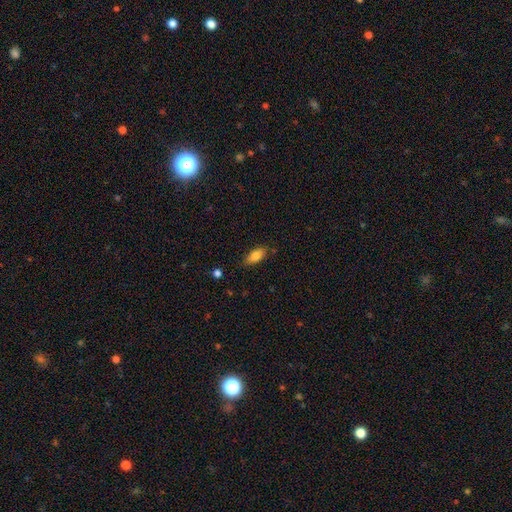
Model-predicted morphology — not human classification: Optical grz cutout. It shows a smooth galaxy with no disk features (82%) that is in between round and cigar-shaped (87%). Merging: none (78%).